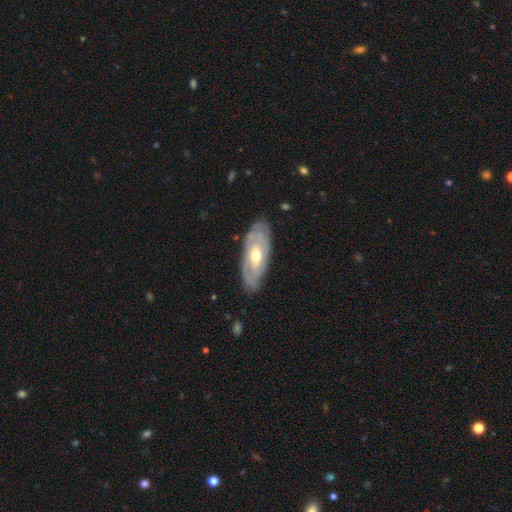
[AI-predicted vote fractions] The model was most divided on "spiral arm count": can't tell: 46%, 2: 34%, 3: 9%, 1: 5%, 4: 4%, more than 4: 3%. More confident: edge-on disk — no (87%); spiral arms — yes (82%); merging — none (79%); smooth or featured — featured or disk (76%); spiral winding — tight (66%); bulge size — moderate (65%); bar — no (58%).